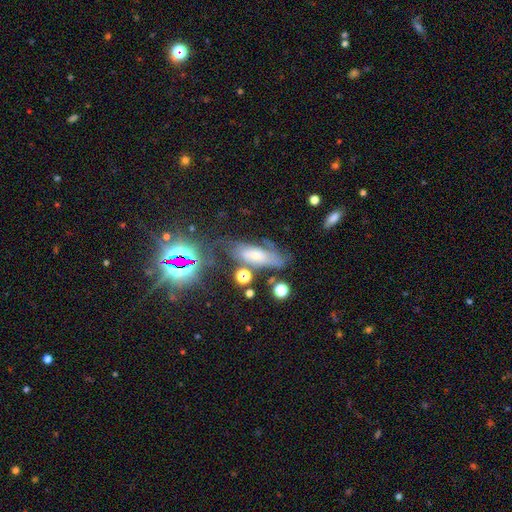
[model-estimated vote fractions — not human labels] Overall: featured or disk (44%; smooth 32%). Merging: none (55%; minor disturbance 23%).